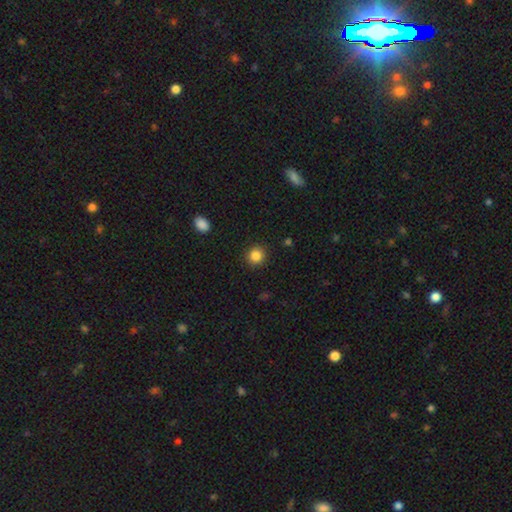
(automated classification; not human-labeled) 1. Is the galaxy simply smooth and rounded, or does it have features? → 86% smooth, 10% star or artifact, 4% featured or disk.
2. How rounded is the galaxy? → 91% round, 8% in between, 1% cigar-shaped.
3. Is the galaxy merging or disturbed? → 91% none, 6% minor disturbance, 2% major disturbance, 1% merger.